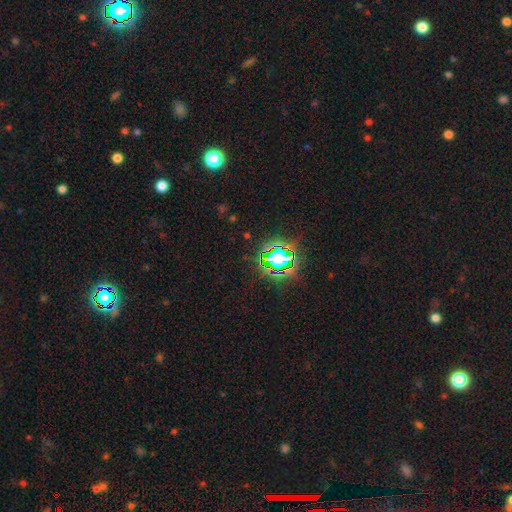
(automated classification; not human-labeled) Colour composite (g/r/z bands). It shows a star or artifact, not a galaxy (81%).